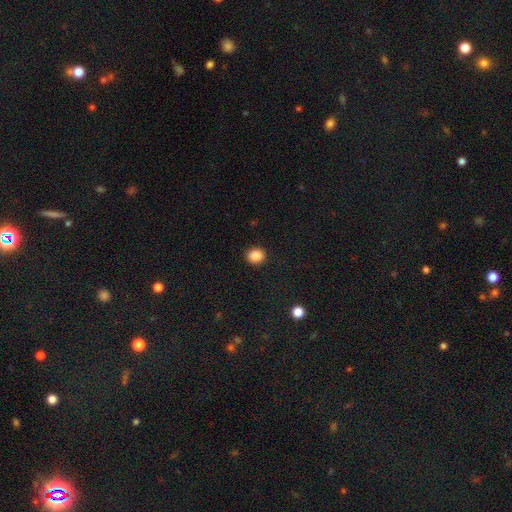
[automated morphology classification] smooth_or_featured: smooth (p=0.88) [alt: star or artifact p=0.10]
how_rounded: round (p=0.68) [alt: in between p=0.31]
merging: none (p=0.90) [alt: minor disturbance p=0.07]